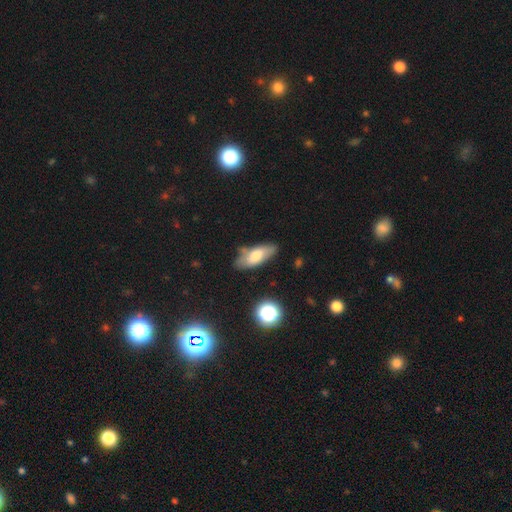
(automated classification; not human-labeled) Smooth or featured?
  - smooth: 67% *
  - featured or disk: 25%
  - star or artifact: 8%
How rounded?
  - in between: 77% *
  - cigar-shaped: 21%
  - round: 3%
Merging?
  - none: 64% *
  - minor disturbance: 25%
  - major disturbance: 6%
  - merger: 5%